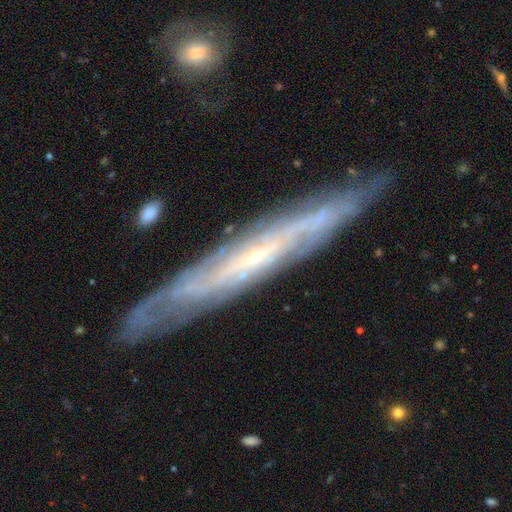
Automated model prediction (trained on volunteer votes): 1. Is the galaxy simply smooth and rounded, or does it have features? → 80% featured or disk, 14% smooth, 6% star or artifact.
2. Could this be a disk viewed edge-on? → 61% yes, 39% no.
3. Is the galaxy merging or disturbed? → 81% none, 14% minor disturbance, 3% major disturbance, 2% merger.